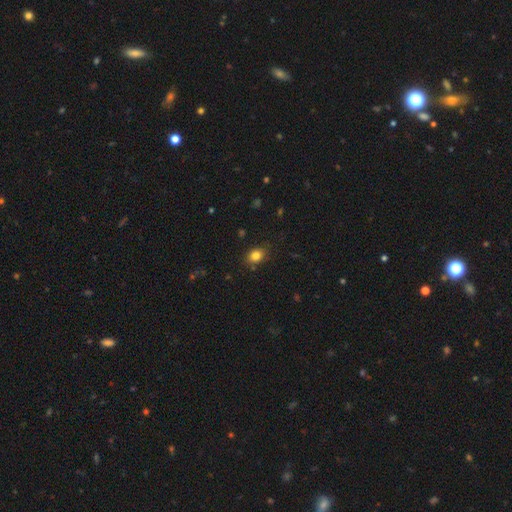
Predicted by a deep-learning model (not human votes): Smooth or featured? Predicted: smooth (p=0.82). How rounded? Predicted: in between (p=0.61). Merging? Predicted: none (p=0.83).